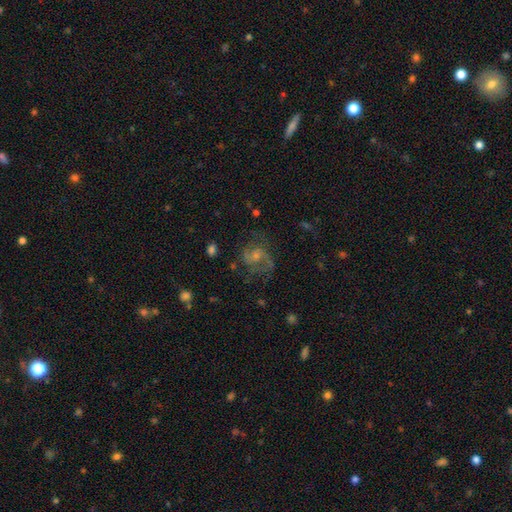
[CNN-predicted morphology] The model was most divided on "bulge size": small: 47%, moderate: 37%, none: 10%, large: 4%, dominant: 1%. More confident: edge-on disk — no (97%); spiral arms — yes (89%); spiral arm count — 2 (69%); smooth or featured — featured or disk (68%); merging — none (63%); bar — no (56%); spiral winding — medium (51%).